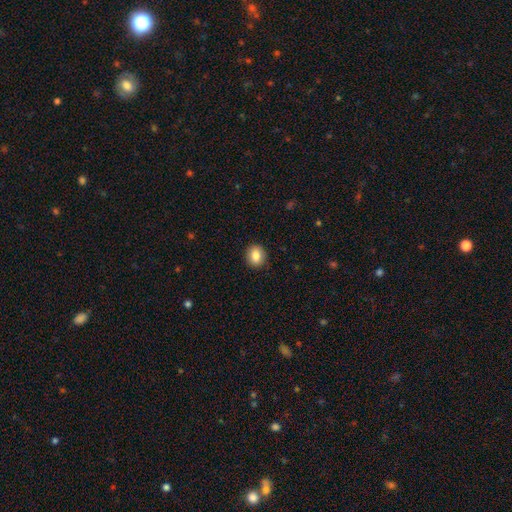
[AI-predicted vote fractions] Q: Smooth or featured?
A: smooth (85%); runner-up: star or artifact (9%)
Q: How rounded?
A: round (72%); runner-up: in between (27%)
Q: Merging?
A: none (91%); runner-up: minor disturbance (6%)